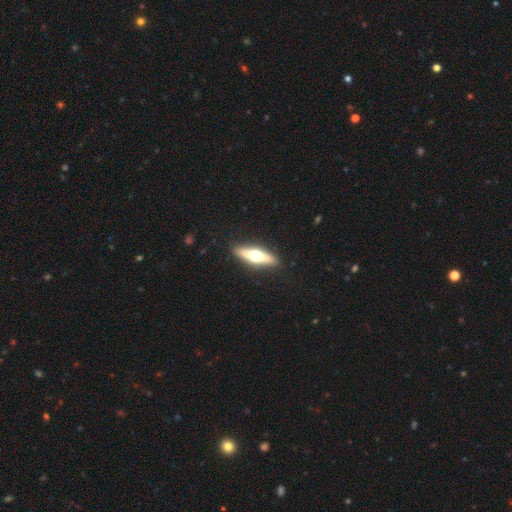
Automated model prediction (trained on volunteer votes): The model was most divided on "smooth or featured": featured or disk: 59%, smooth: 35%, star or artifact: 6%. More confident: edge-on bulge — rounded (95%); edge-on disk — yes (93%); merging — none (90%).